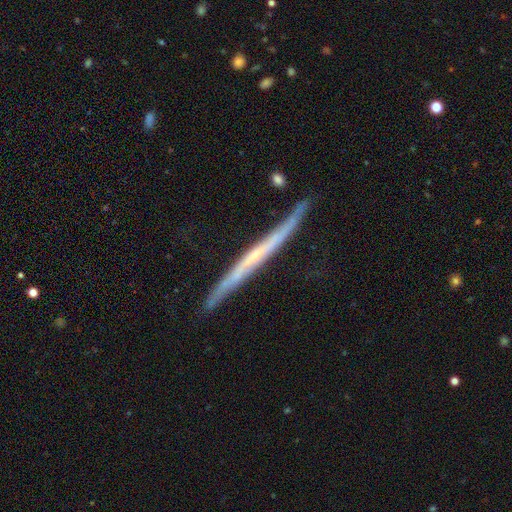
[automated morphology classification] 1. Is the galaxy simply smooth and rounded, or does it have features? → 71% featured or disk, 24% smooth, 6% star or artifact.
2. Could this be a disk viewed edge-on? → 95% yes, 5% no.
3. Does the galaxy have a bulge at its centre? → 76% none, 18% rounded, 6% boxy.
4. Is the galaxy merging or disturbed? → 78% none, 17% minor disturbance, 3% major disturbance, 2% merger.